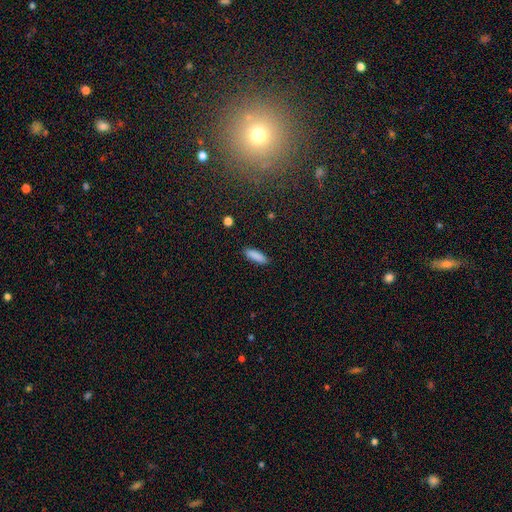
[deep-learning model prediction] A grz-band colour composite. It shows a smooth galaxy with no disk features (88%) that is cigar-shaped (55%). Merging: none (89%).